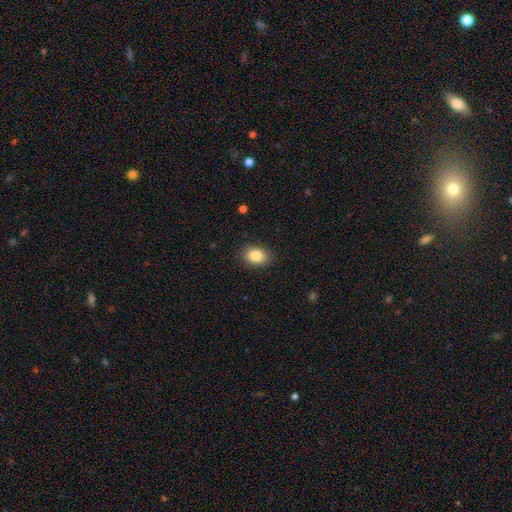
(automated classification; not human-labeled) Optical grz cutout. It shows a smooth galaxy with no disk features (85%) that is in between round and cigar-shaped (71%). Merging: none (87%).